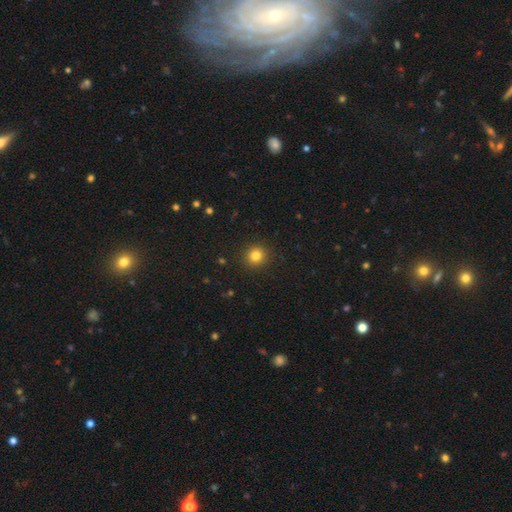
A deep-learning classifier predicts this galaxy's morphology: The model was most divided on "smooth or featured": smooth: 82%, star or artifact: 12%, featured or disk: 5%. More confident: merging — none (91%); how rounded — round (90%).